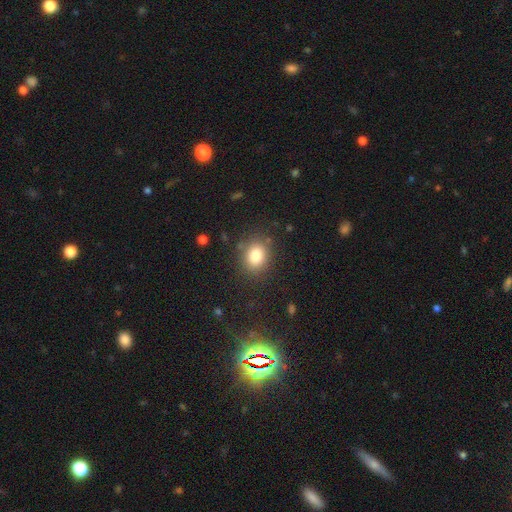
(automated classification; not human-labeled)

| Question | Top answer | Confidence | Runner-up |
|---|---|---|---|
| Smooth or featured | smooth | 82% | star or artifact (11%) |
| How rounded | round | 51% | in between (49%) |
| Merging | none | 82% | minor disturbance (11%) |